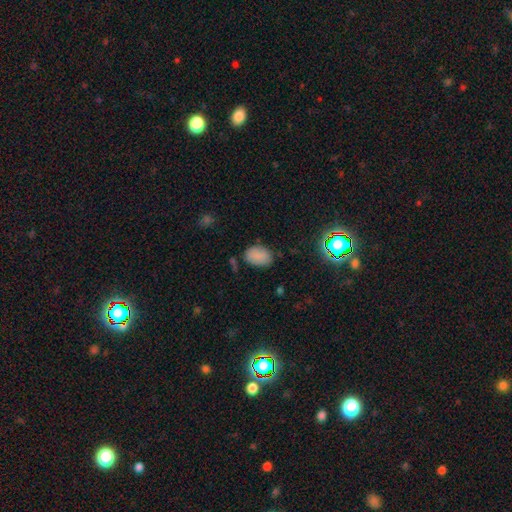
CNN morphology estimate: This is clearly a smooth galaxy (83%). How rounded: clearly in between (85%). Merging: likely none (74%).